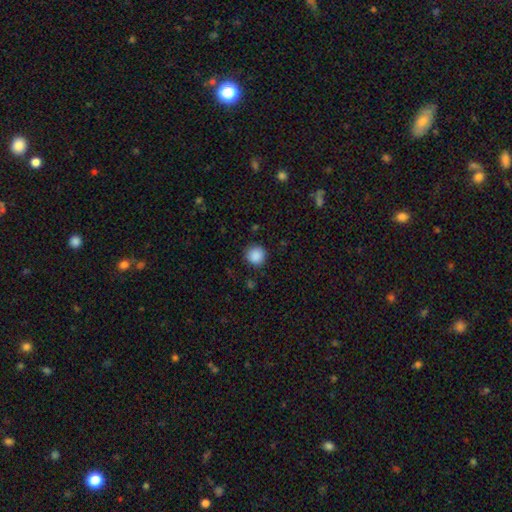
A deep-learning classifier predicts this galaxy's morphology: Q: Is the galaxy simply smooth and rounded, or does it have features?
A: smooth — 89%.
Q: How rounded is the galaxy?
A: round — 94%.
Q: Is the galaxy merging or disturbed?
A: none — 87%.